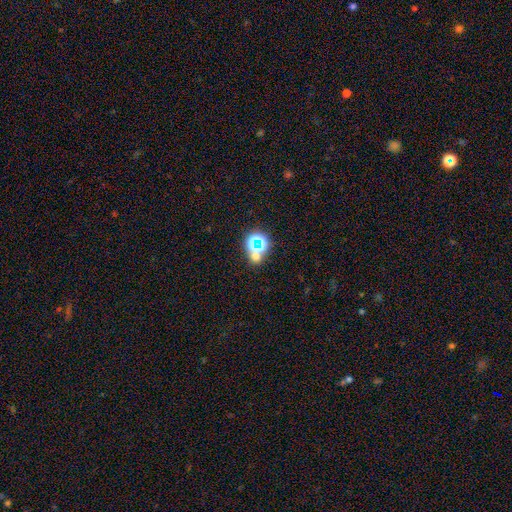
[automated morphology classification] Smooth or featured?
  - star or artifact: 53% *
  - smooth: 37%
  - featured or disk: 10%